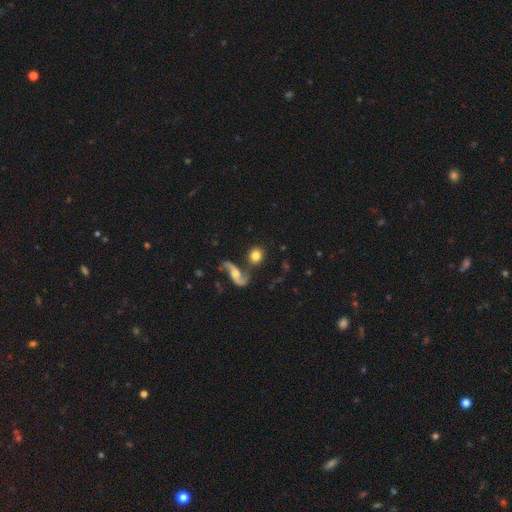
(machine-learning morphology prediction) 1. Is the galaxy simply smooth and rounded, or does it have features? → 71% smooth, 21% featured or disk, 8% star or artifact.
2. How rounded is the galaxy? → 83% round, 15% in between, 2% cigar-shaped.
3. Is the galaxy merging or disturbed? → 65% none, 19% merger, 11% minor disturbance, 5% major disturbance.